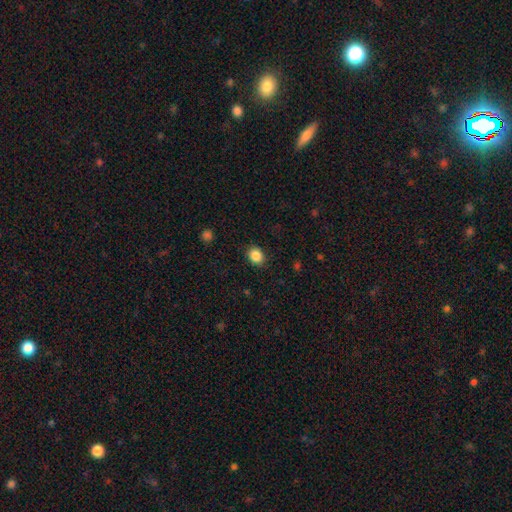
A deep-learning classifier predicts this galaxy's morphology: Smooth or featured? smooth (86%)
How rounded? round (56%)
Merging? none (88%)